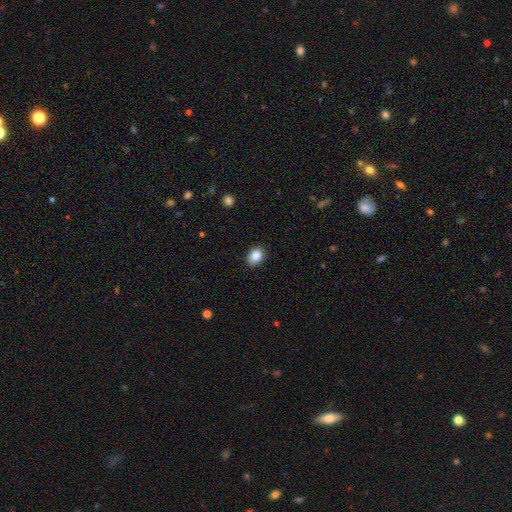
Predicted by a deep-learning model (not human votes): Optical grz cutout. It shows a smooth galaxy with no disk features (86%) that is in between round and cigar-shaped (72%). Merging: none (87%).